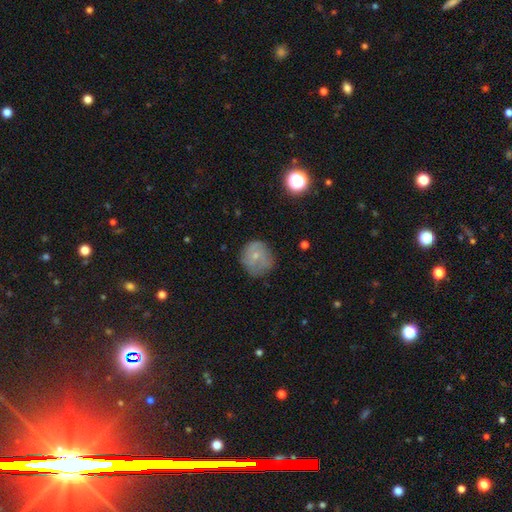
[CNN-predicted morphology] Smooth or featured? smooth (57%)
How rounded? round (84%)
Merging? none (61%)